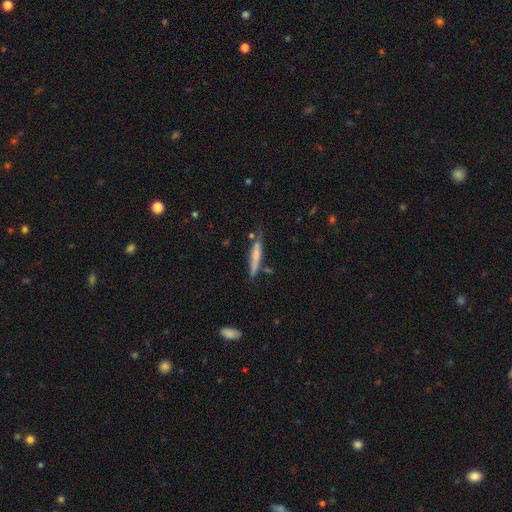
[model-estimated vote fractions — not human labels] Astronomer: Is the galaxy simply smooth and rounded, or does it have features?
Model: smooth — 61%.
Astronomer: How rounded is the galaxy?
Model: cigar-shaped — 92%.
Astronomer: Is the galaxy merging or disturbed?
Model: none — 71%.